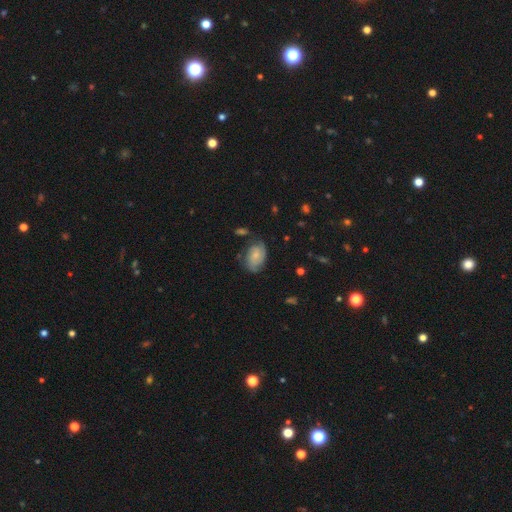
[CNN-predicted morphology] smooth_or_featured: featured or disk (p=0.53) [alt: smooth p=0.40]
disk_edge_on: no (p=0.96) [alt: yes p=0.04]
bar: no (p=0.72) [alt: weak p=0.24]
has_spiral_arms: yes (p=0.84) [alt: no p=0.16]
bulge_size: small (p=0.61) [alt: moderate p=0.26]
merging: none (p=0.58) [alt: minor disturbance p=0.27]